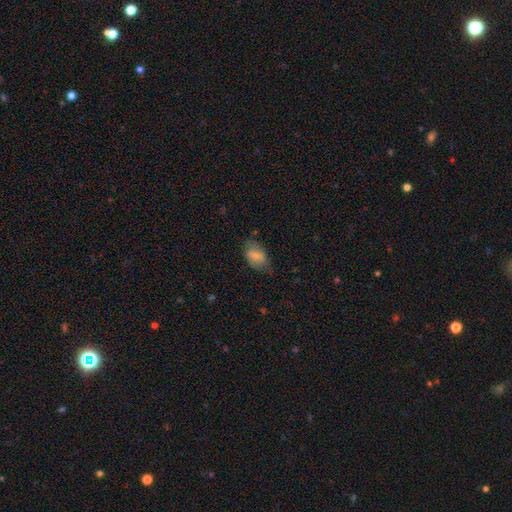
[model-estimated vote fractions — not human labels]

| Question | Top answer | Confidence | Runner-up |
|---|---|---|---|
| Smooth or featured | smooth | 70% | featured or disk (22%) |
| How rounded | in between | 89% | round (9%) |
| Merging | none | 63% | minor disturbance (26%) |